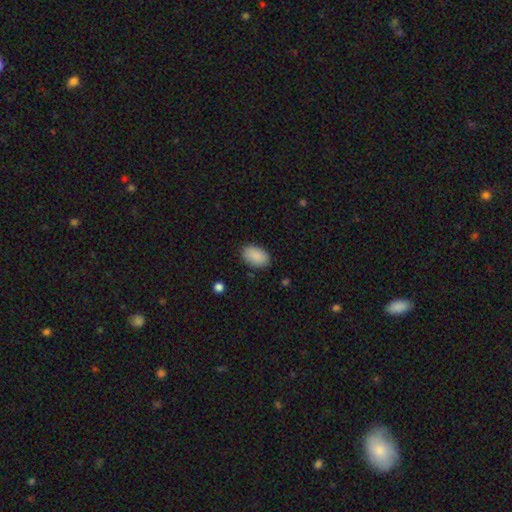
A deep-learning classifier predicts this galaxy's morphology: smooth_or_featured: smooth (p=0.90) [alt: star or artifact p=0.07]
how_rounded: in between (p=0.91) [alt: round p=0.08]
merging: none (p=0.85) [alt: minor disturbance p=0.11]